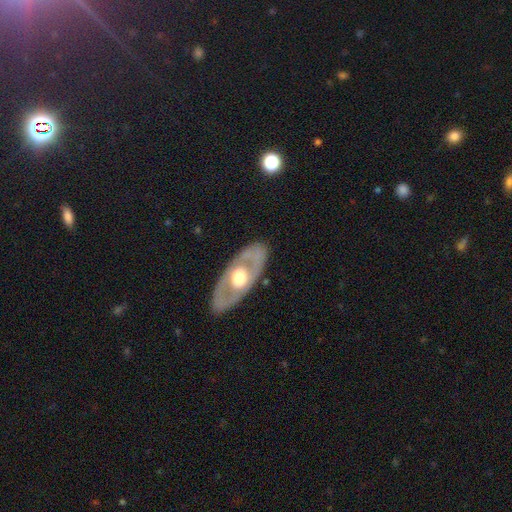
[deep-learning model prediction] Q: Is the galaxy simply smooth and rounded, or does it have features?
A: featured or disk — 66%.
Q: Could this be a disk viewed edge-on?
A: no — 81%.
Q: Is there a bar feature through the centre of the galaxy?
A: no — 84%.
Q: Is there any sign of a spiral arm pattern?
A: no — 76%.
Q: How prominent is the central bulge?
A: moderate — 60%.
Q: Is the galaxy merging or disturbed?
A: none — 84%.